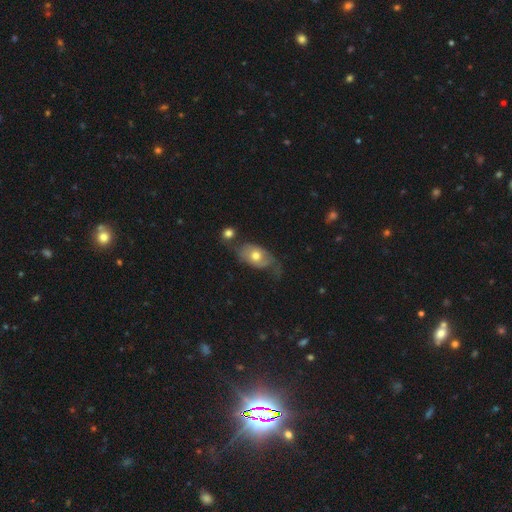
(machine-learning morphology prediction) This is possibly a smooth galaxy (52%). How rounded: clearly in between (84%). Merging: marginally none (35%).